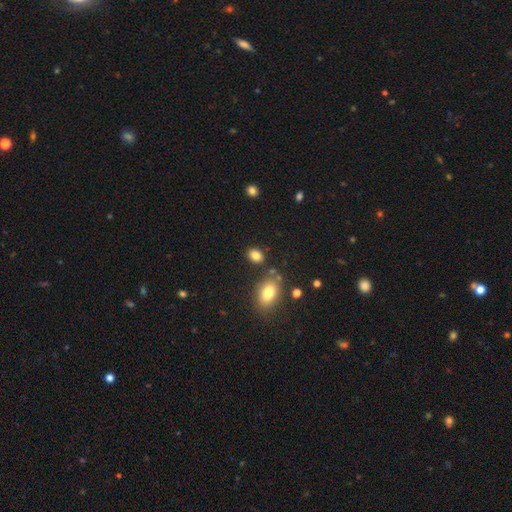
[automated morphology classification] Smooth or featured? Predicted: smooth (p=0.83). How rounded? Predicted: in between (p=0.77). Merging? Predicted: none (p=0.79).